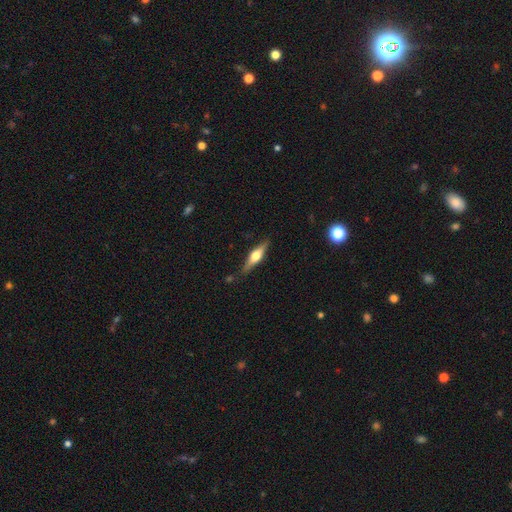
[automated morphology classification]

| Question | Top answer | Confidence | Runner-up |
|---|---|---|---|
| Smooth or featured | featured or disk | 65% | smooth (29%) |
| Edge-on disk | yes | 96% | no (4%) |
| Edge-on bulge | rounded | 93% | boxy (5%) |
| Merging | none | 84% | minor disturbance (11%) |